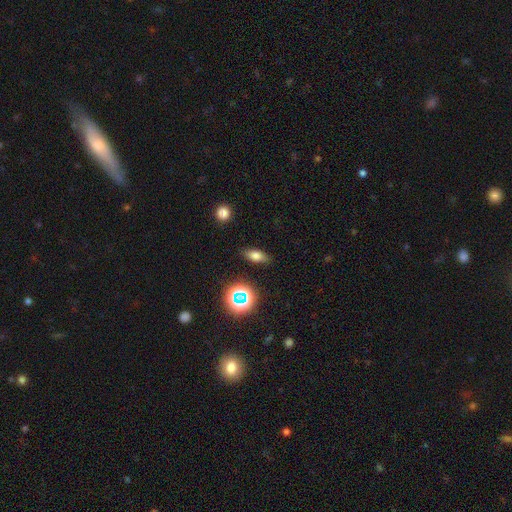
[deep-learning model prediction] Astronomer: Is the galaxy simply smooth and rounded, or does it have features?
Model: smooth — 70%.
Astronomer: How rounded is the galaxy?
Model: in between — 73%.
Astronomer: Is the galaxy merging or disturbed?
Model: none — 86%.